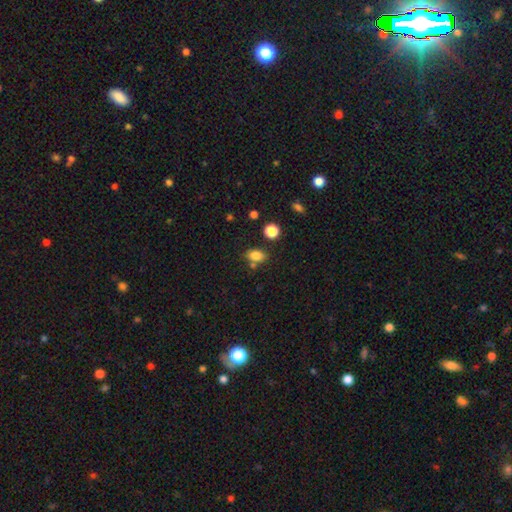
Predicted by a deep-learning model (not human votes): smooth 82%, star or artifact 11%, featured or disk 7%. Down the decision tree: how rounded — in between (77%); merging — none (69%).